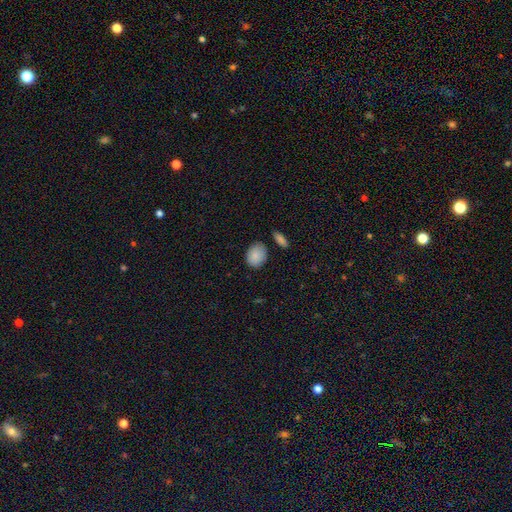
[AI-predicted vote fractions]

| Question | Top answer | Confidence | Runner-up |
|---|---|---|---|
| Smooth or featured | smooth | 87% | star or artifact (7%) |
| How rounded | in between | 65% | round (34%) |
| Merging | none | 76% | minor disturbance (17%) |